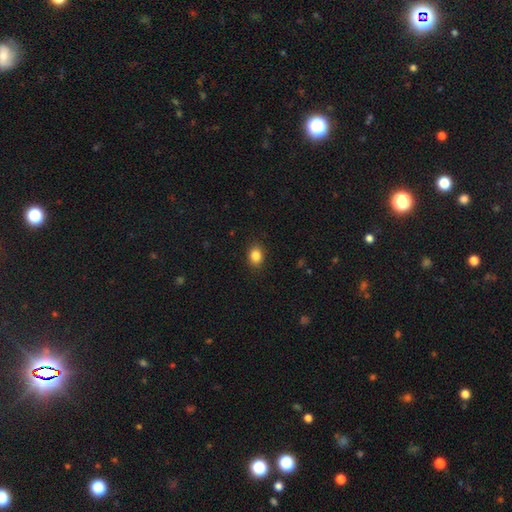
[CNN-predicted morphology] Smooth or featured? smooth (85%)
How rounded? in between (58%)
Merging? none (89%)